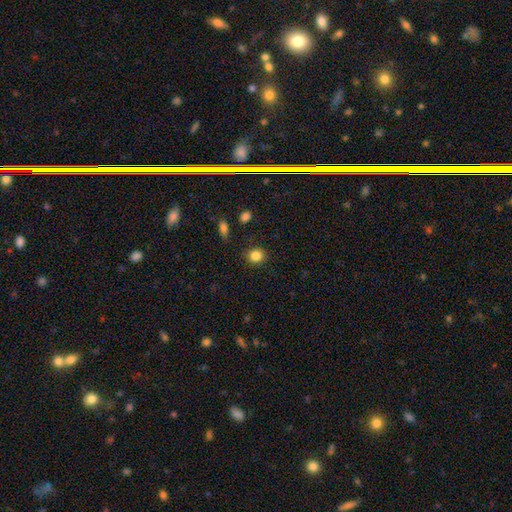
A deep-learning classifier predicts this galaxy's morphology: Smooth or featured? Predicted: smooth (p=0.85). How rounded? Predicted: round (p=0.81). Merging? Predicted: none (p=0.87).